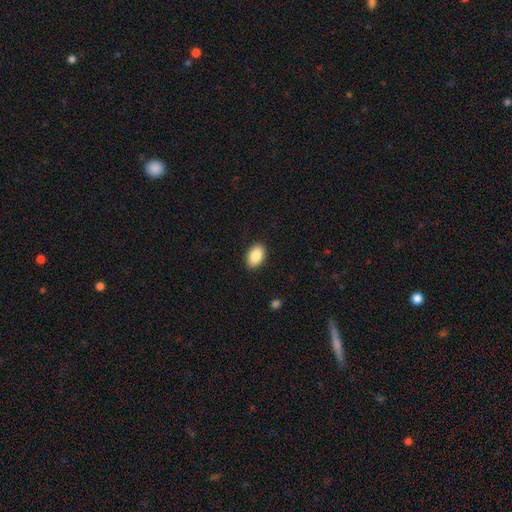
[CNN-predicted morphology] type=smooth (88%); roundness=in between (90%); merging=none (89%).